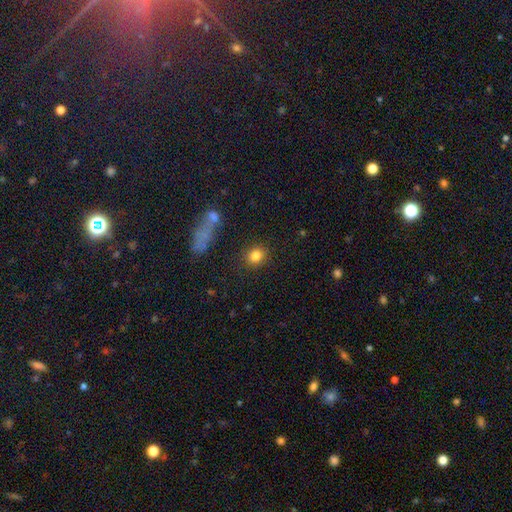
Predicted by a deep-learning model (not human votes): smooth 83%, star or artifact 11%, featured or disk 7%. Down the decision tree: how rounded — round (73%); merging — none (87%).